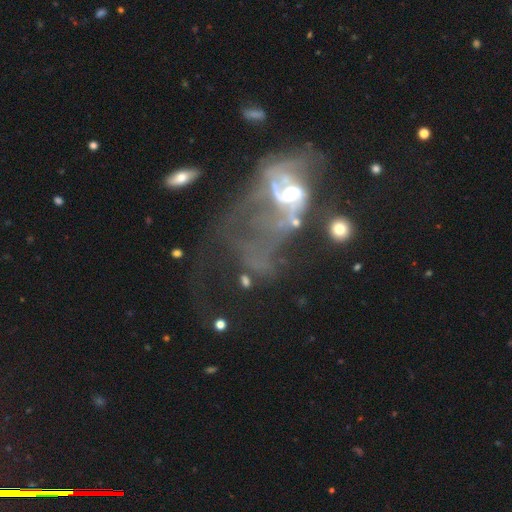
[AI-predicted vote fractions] Morphology: type=featured or disk (61%); edge-on=no (95%); bar=no (73%); spiral arms=no (64%); bulge=moderate (45%); merging=major disturbance (47%).